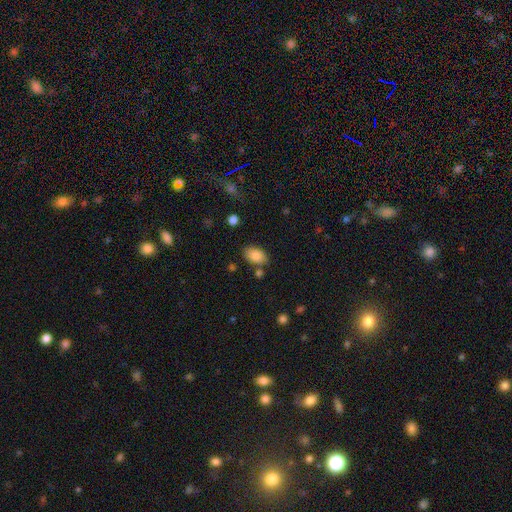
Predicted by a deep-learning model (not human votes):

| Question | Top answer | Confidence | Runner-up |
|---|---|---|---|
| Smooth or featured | smooth | 84% | featured or disk (8%) |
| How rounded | in between | 89% | round (9%) |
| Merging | none | 77% | minor disturbance (13%) |